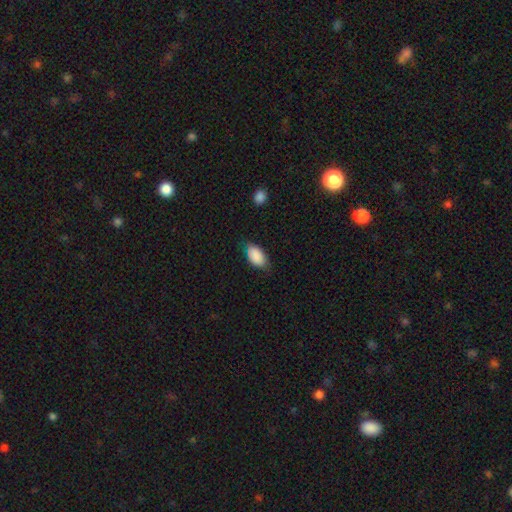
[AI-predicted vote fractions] Q: Smooth or featured?
A: smooth (88%); runner-up: star or artifact (6%)
Q: How rounded?
A: in between (94%); runner-up: round (4%)
Q: Merging?
A: none (72%); runner-up: minor disturbance (22%)